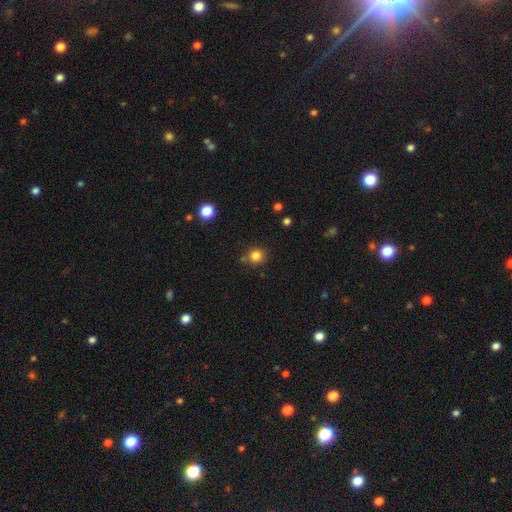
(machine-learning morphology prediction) Smooth or featured? Predicted: smooth (p=0.82). How rounded? Predicted: round (p=0.90). Merging? Predicted: none (p=0.79).